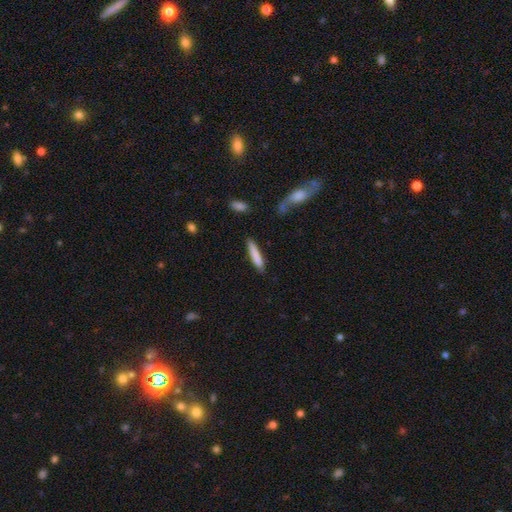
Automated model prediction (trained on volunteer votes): smooth_or_featured: smooth (p=0.81) [alt: featured or disk p=0.13]
how_rounded: cigar-shaped (p=0.90) [alt: in between p=0.09]
merging: none (p=0.84) [alt: minor disturbance p=0.11]